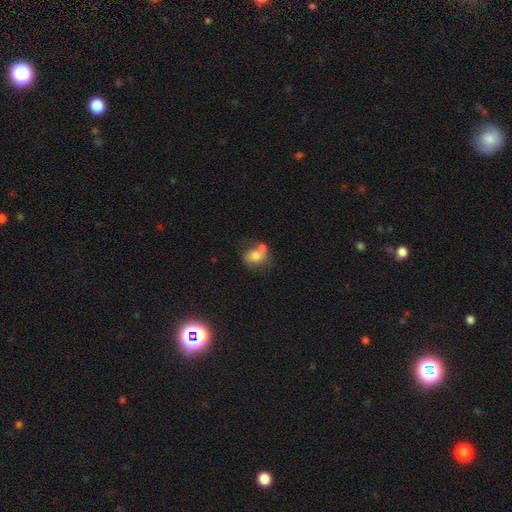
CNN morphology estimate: type=smooth (68%); roundness=round (52%); merging=merger (41%).